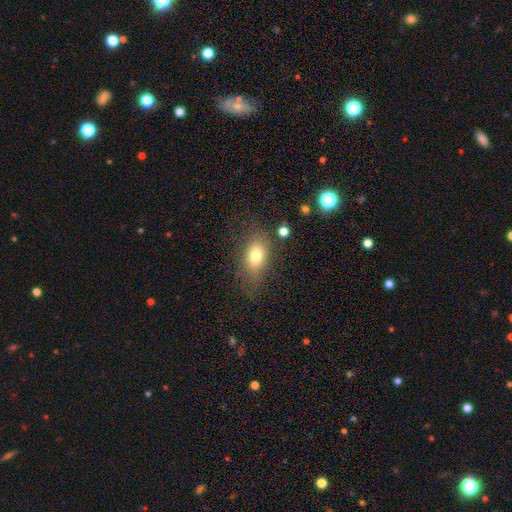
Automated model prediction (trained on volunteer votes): smooth-or-featured: smooth: 73% | featured or disk: 16% | star or artifact: 11%
  how-rounded: in between: 80% | round: 16% | cigar-shaped: 4%
  merging: none: 68% | minor disturbance: 20% | major disturbance: 10% | merger: 3%